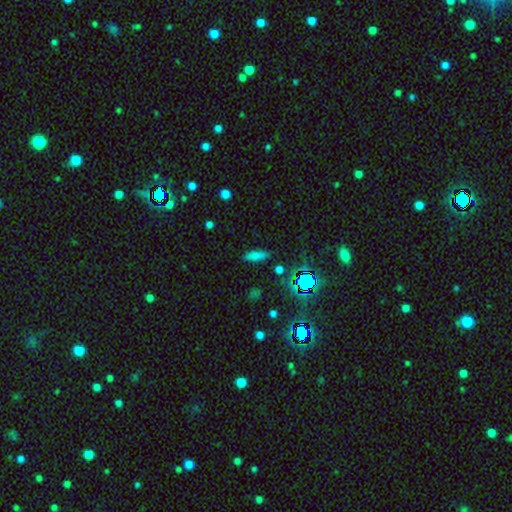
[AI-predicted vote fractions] Smooth or featured?
  - smooth: 75% *
  - star or artifact: 17%
  - featured or disk: 9%
How rounded?
  - cigar-shaped: 52% *
  - in between: 45%
  - round: 3%
Merging?
  - none: 85% *
  - minor disturbance: 10%
  - major disturbance: 3%
  - merger: 2%